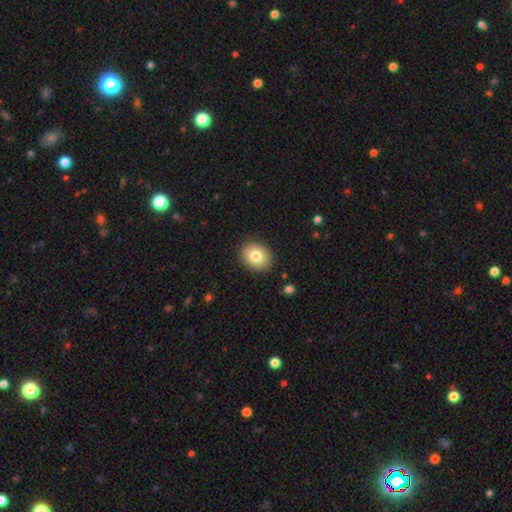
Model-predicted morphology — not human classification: This appears to be a smooth galaxy with no disk features (80%) that is round (58%). Merging: none (89%).